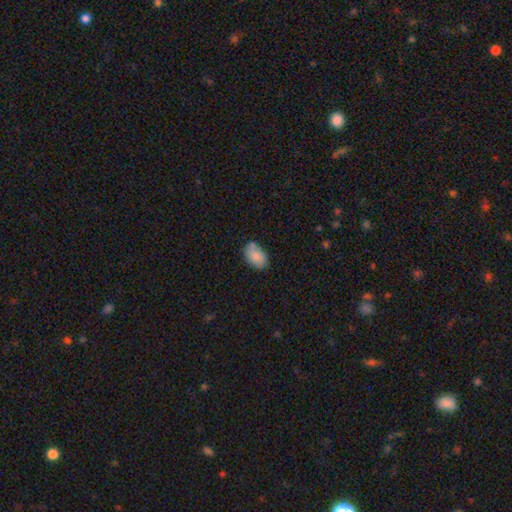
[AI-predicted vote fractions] Smooth or featured? Predicted: smooth (p=0.83). How rounded? Predicted: in between (p=0.88). Merging? Predicted: none (p=0.62).